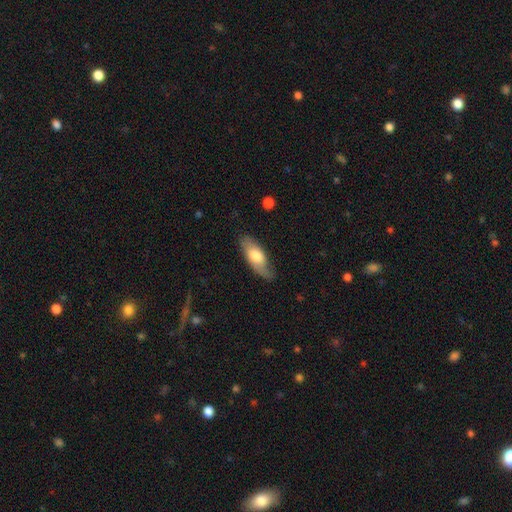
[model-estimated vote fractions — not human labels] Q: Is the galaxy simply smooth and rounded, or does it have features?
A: smooth — 65%.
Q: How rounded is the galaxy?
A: in between — 78%.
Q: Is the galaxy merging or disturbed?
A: none — 70%.